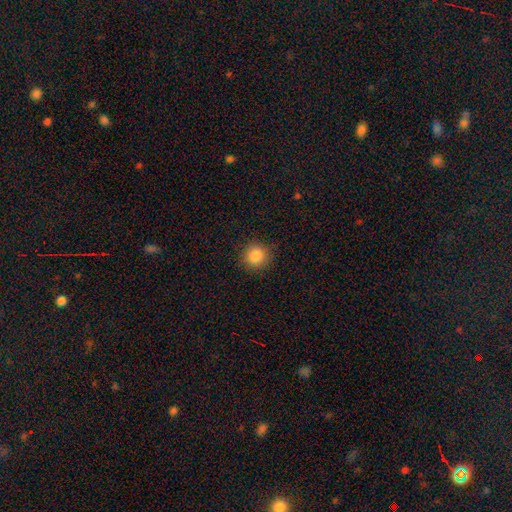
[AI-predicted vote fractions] Overall: smooth (85%). How rounded: round (87%). Merging: none (87%).